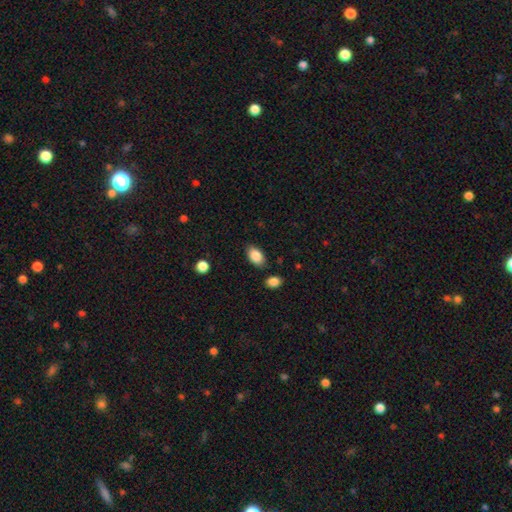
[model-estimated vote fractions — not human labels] Smooth or featured? Predicted: smooth (p=0.87). How rounded? Predicted: in between (p=0.90). Merging? Predicted: none (p=0.82).